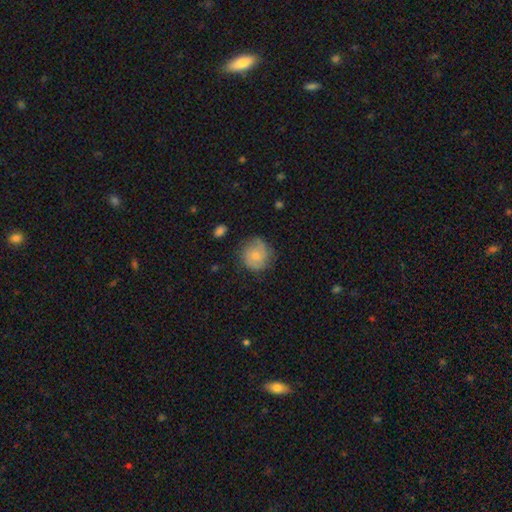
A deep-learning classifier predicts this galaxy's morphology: This appears to be a smooth galaxy with no disk features (70%) that is round (90%). Merging: none (70%).